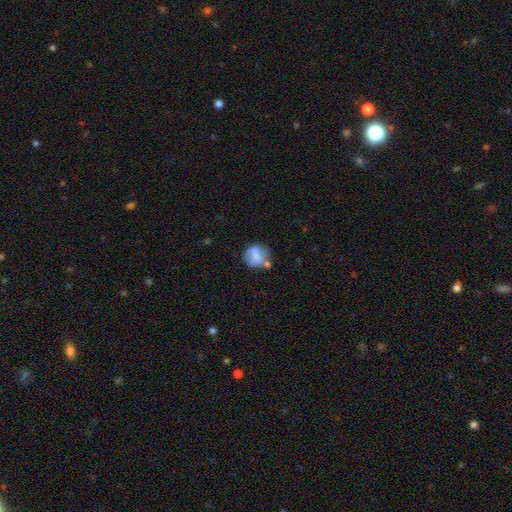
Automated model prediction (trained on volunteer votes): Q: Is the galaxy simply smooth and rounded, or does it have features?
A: smooth — 58%.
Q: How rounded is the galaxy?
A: round — 73%.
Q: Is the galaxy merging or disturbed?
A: none — 52%.